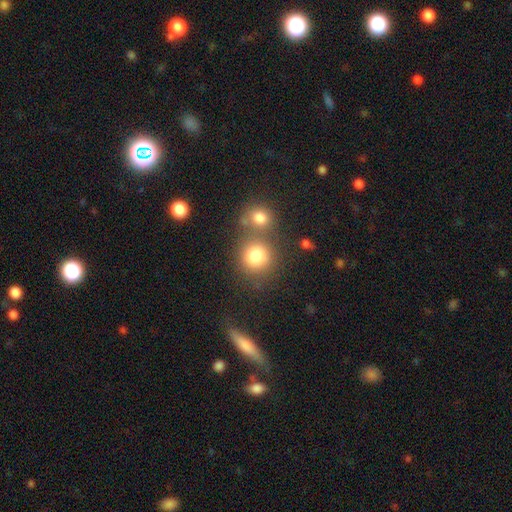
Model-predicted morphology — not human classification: smooth-or-featured: smooth: 82% | star or artifact: 11% | featured or disk: 7%
  how-rounded: round: 86% | in between: 13% | cigar-shaped: 1%
  merging: none: 55% | merger: 31% | minor disturbance: 9% | major disturbance: 4%